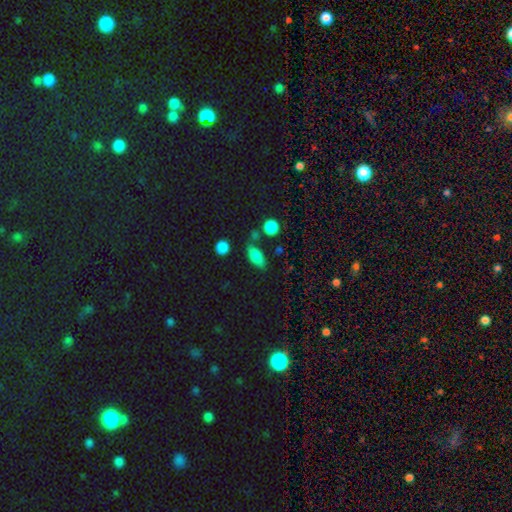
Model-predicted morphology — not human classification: smooth 79%, featured or disk 10%, star or artifact 10%. Down the decision tree: how rounded — in between (79%); merging — none (66%).